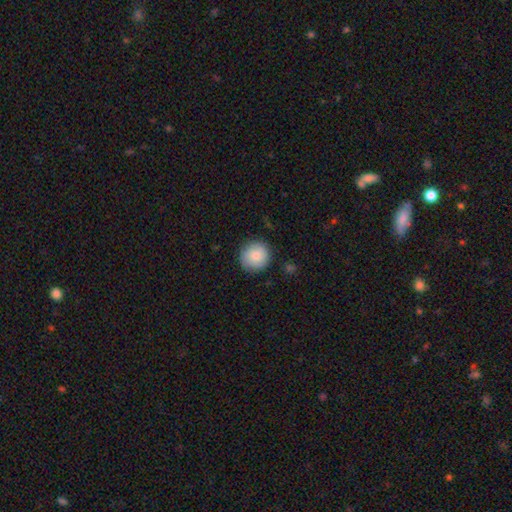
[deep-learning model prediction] Overall: smooth (84%). How rounded: round (94%). Merging: none (88%).